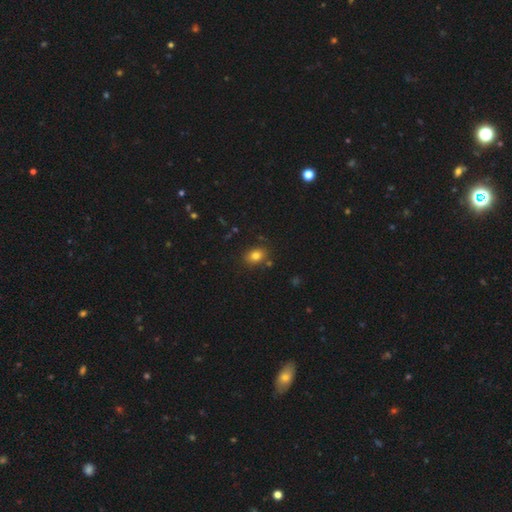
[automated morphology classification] A smooth galaxy with no disk features (80%) that is in between round and cigar-shaped (64%).

Vote fractions:
- Smooth or featured? smooth: 80% / star or artifact: 11% / featured or disk: 8%
- How rounded? in between: 64% / round: 35% / cigar-shaped: 1%
- Merging? none: 82% / minor disturbance: 11% / merger: 4% / major disturbance: 3%